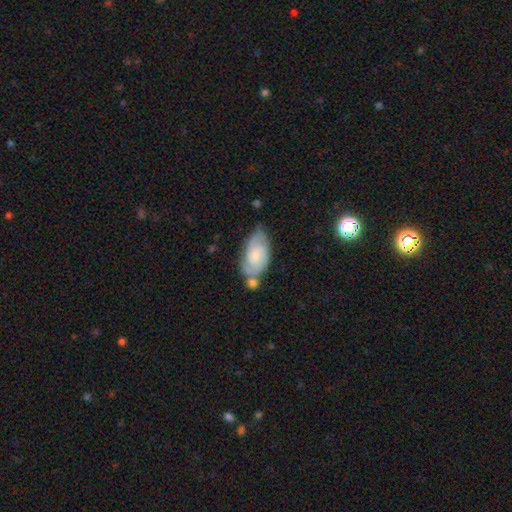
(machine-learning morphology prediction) Smooth or featured? smooth (49%)
Merging? none (48%)